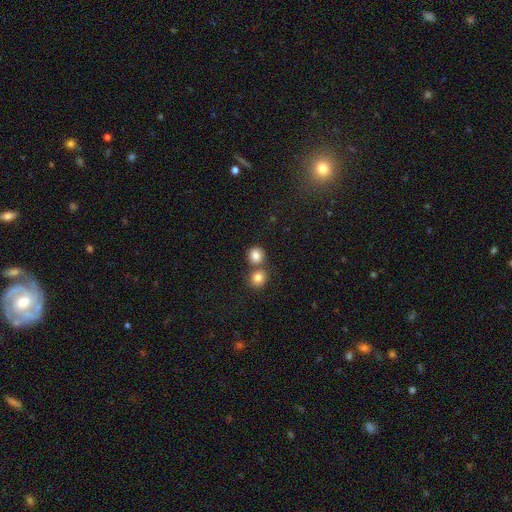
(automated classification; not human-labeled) The model was most divided on "merging": none: 55%, merger: 36%, minor disturbance: 7%, major disturbance: 2%. More confident: how rounded — round (83%); smooth or featured — smooth (83%).